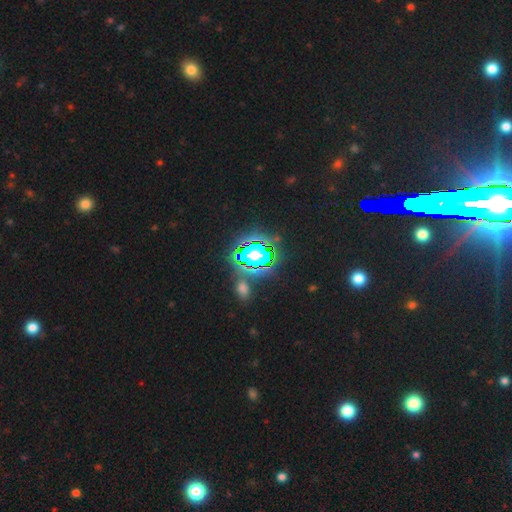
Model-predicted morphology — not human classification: type=star or artifact (75%).